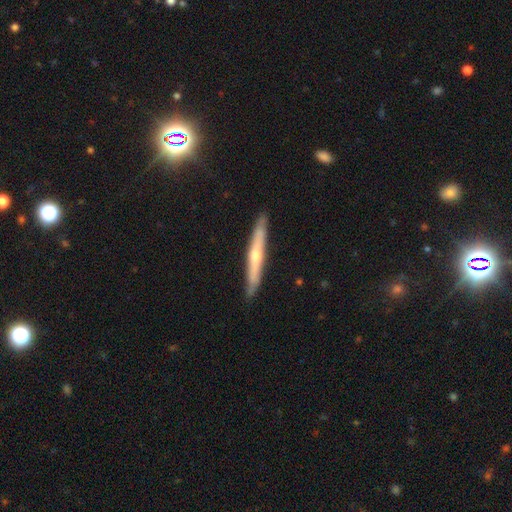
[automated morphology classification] Smooth or featured: featured or disk — 65% (smooth — 27%)
Edge-on disk: yes — 94% (no — 6%)
Edge-on bulge: rounded — 74% (none — 22%)
Merging: none — 89% (minor disturbance — 8%)